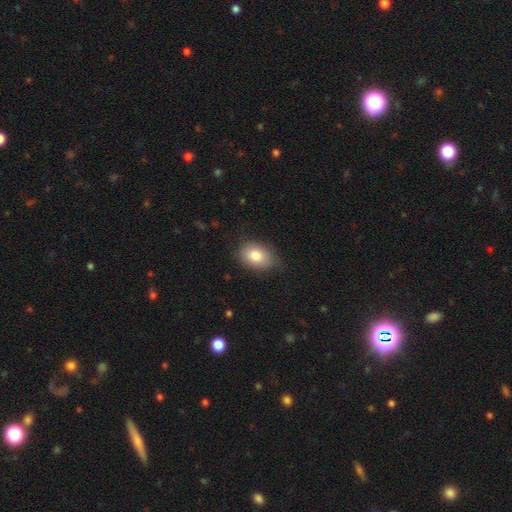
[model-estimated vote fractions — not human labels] A smooth galaxy with no disk features (83%) that is in between round and cigar-shaped (75%).

Vote fractions:
- Smooth or featured? smooth: 83% / featured or disk: 9% / star or artifact: 8%
- How rounded? in between: 75% / round: 23% / cigar-shaped: 1%
- Merging? none: 78% / minor disturbance: 17% / major disturbance: 4% / merger: 1%